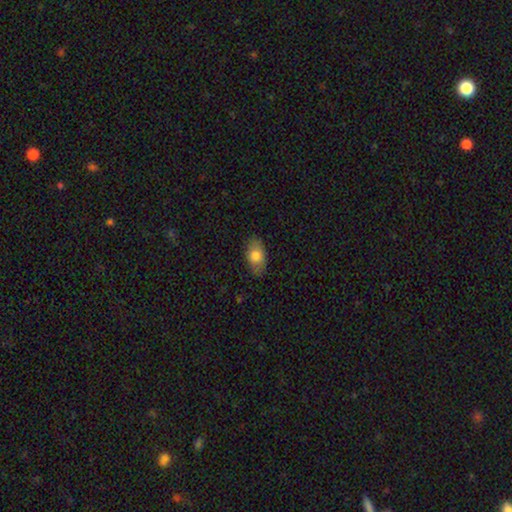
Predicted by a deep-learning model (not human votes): Overall: smooth (78%). How rounded: in between (91%). Merging: none (83%).